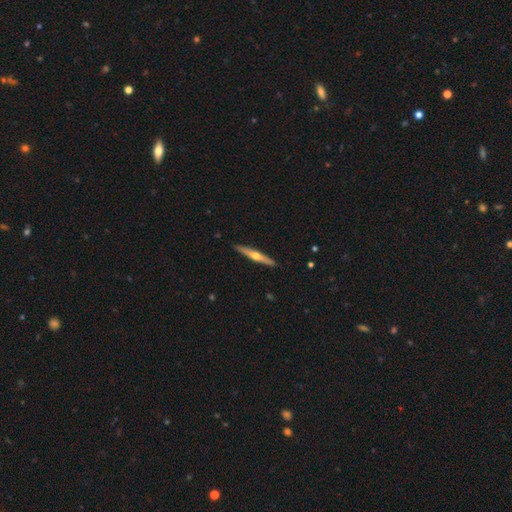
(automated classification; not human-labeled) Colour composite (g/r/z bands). It shows a featured or disk galaxy (63%) viewed edge-on (96%) with a rounded central bulge (90%). Merging: none (91%).